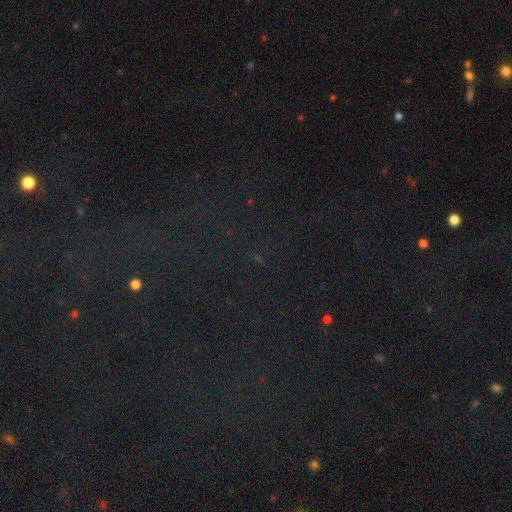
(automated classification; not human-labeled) Smooth or featured?
  - star or artifact: 81% *
  - smooth: 11%
  - featured or disk: 7%